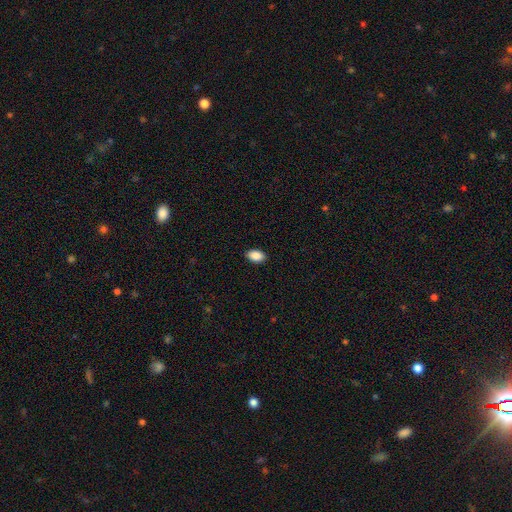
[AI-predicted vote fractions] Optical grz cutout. It shows a smooth galaxy with no disk features (90%) that is in between round and cigar-shaped (93%). Merging: none (90%).